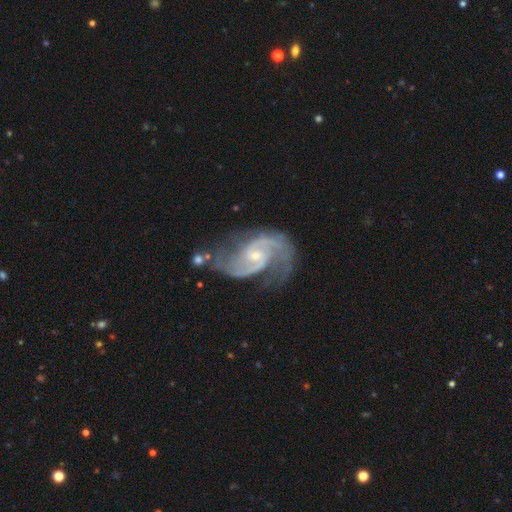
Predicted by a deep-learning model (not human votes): The model was most divided on "bar": no: 53%, weak: 38%, strong: 9%. More confident: spiral arms — yes (98%); edge-on disk — no (98%); smooth or featured — featured or disk (92%); spiral arm count — 2 (88%); bulge size — small (70%); merging — none (61%); spiral winding — medium (58%).